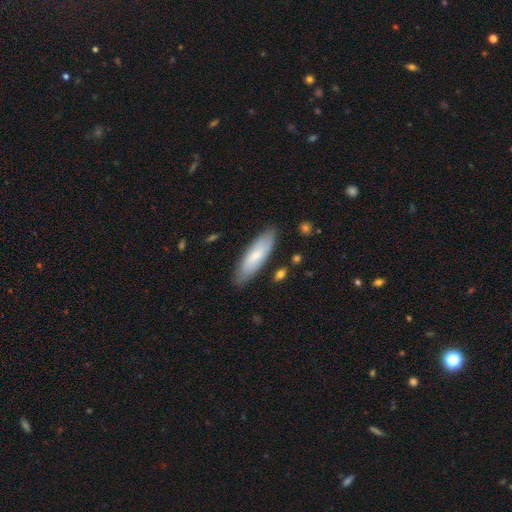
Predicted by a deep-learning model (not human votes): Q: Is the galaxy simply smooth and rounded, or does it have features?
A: smooth — 71%.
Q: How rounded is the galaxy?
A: cigar-shaped — 50%.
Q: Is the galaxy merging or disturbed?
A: none — 83%.